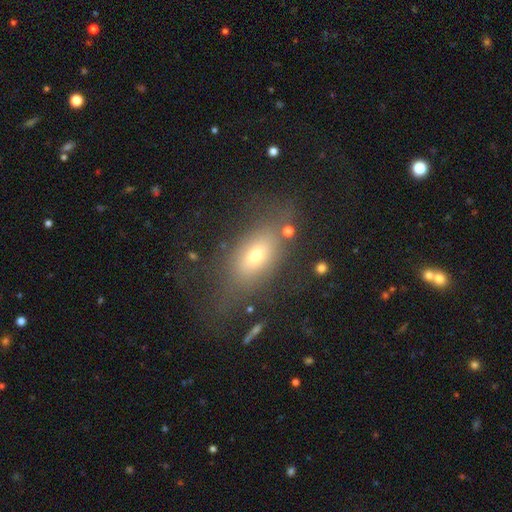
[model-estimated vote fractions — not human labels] Smooth or featured? smooth (62%)
How rounded? in between (78%)
Merging? none (58%)